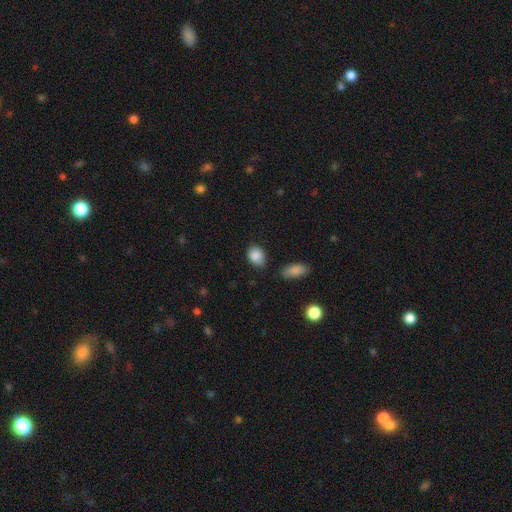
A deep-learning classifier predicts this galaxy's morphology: Smooth or featured: smooth — 87% (star or artifact — 8%)
How rounded: in between — 69% (round — 30%)
Merging: none — 72% (minor disturbance — 20%)